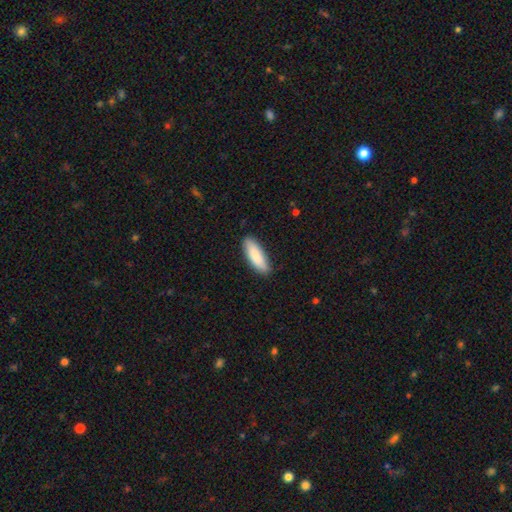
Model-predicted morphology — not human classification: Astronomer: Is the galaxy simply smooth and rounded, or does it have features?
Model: smooth — 88%.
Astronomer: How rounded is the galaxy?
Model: in between — 58% (runner-up: cigar-shaped, 41%).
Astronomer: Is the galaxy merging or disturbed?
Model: none — 88%.